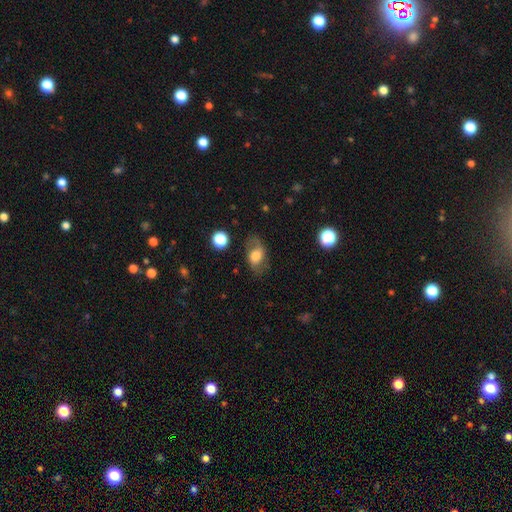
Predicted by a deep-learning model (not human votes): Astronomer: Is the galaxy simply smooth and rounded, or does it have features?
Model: smooth — 57% (runner-up: featured or disk, 34%).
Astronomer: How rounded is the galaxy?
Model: in between — 81%.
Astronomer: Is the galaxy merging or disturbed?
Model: none — 64%.